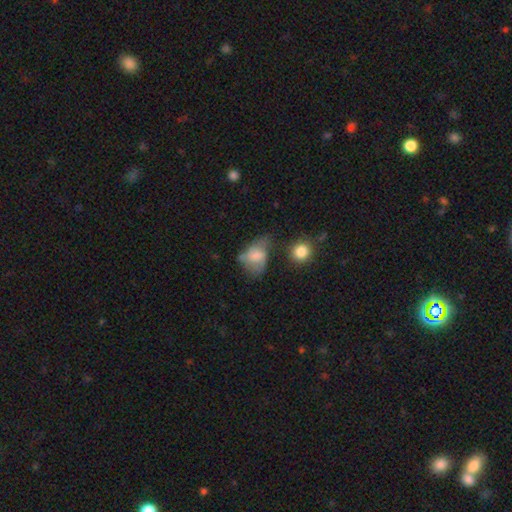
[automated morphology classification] type=smooth (57%); roundness=in between (73%); merging=major disturbance (31%).